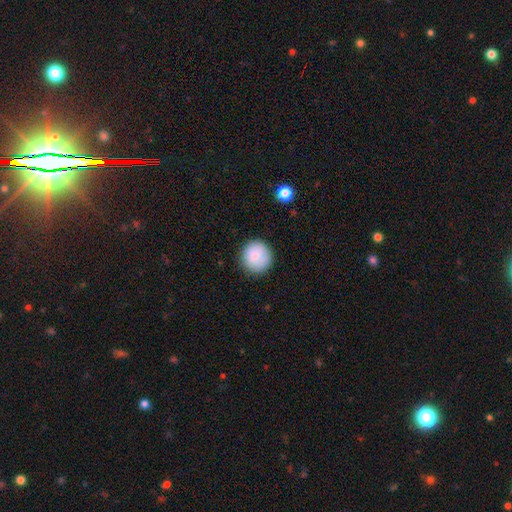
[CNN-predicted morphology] type=smooth (86%); roundness=round (94%); merging=none (88%).